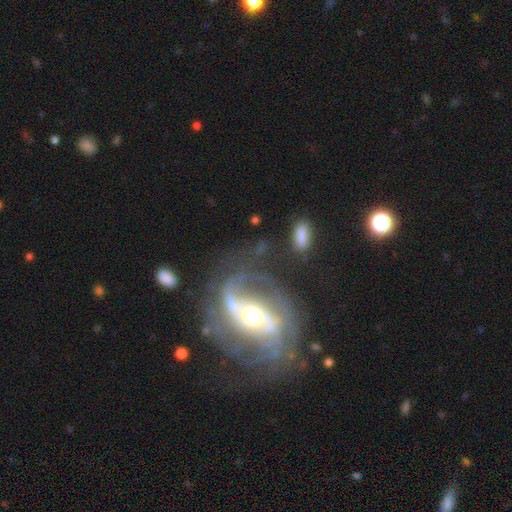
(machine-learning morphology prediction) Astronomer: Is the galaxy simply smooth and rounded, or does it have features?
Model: featured or disk — 87%.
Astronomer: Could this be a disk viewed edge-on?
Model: no — 96%.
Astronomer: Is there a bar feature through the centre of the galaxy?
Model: strong — 47% (runner-up: weak, 33%).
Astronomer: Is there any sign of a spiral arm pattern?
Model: yes — 92%.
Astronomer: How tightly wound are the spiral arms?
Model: medium — 43% (runner-up: loose, 32%).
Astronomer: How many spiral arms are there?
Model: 2 — 69%.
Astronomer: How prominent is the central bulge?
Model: moderate — 60%.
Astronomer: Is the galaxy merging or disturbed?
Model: none — 55%.